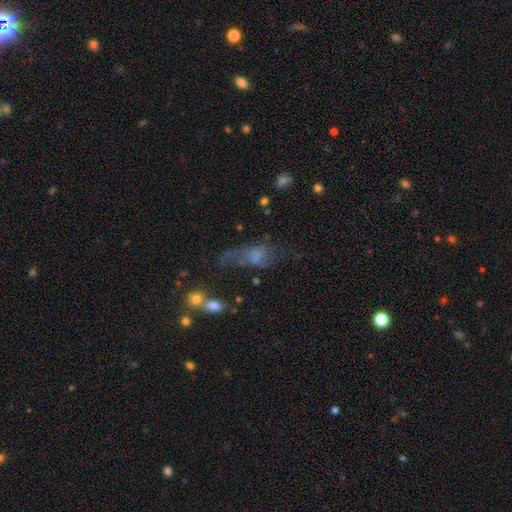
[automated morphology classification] A smooth galaxy with no disk features (47%). Merging: none (35%).